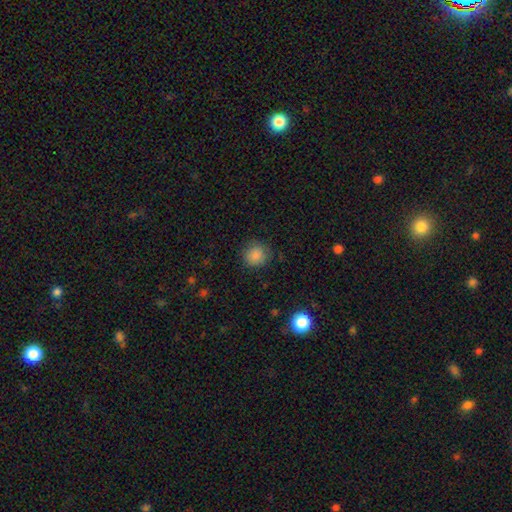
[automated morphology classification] smooth_or_featured: smooth (p=0.86) [alt: star or artifact p=0.10]
how_rounded: round (p=0.91) [alt: in between p=0.08]
merging: none (p=0.85) [alt: minor disturbance p=0.10]